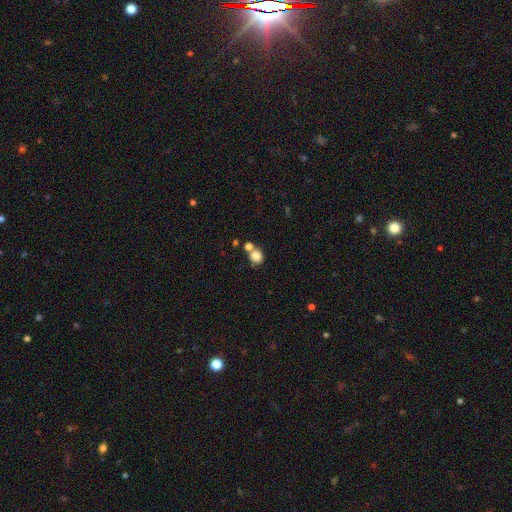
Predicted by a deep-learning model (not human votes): A smooth galaxy with no disk features (82%) that is round (79%). Merging: none (54%).